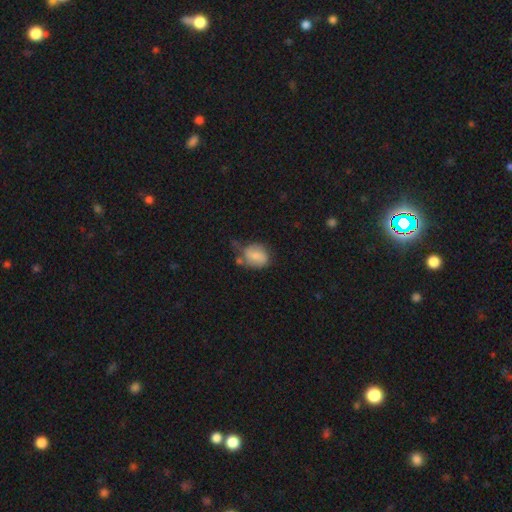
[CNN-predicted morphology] type=smooth (73%); roundness=in between (53%); merging=none (39%).